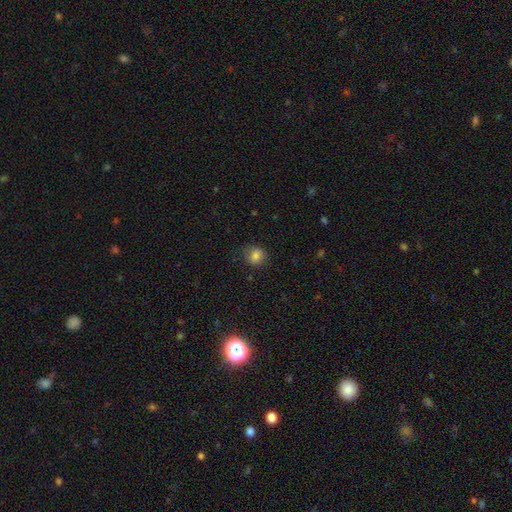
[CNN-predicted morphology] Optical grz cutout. It shows a smooth galaxy with no disk features (82%) that is round (77%). Merging: none (81%).